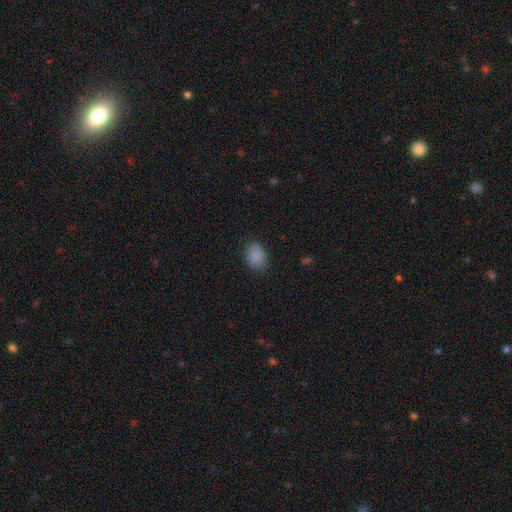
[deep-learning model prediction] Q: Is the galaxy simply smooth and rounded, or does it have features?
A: smooth — 87%.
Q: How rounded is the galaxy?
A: in between — 77%.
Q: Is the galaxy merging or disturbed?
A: none — 79%.